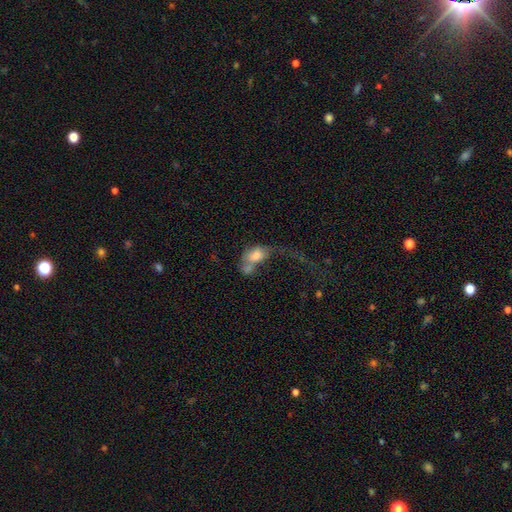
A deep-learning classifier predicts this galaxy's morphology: This appears to be a smooth galaxy with no disk features (62%) that is in between round and cigar-shaped (78%). Merging: merger (43%).